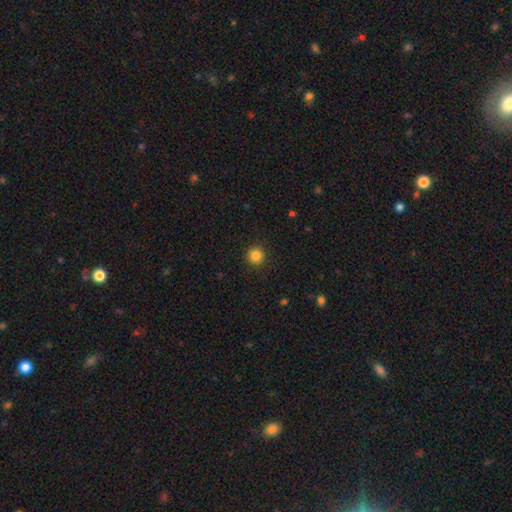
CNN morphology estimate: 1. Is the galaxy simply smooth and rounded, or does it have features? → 85% smooth, 11% star or artifact, 4% featured or disk.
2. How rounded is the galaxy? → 95% round, 4% in between, 1% cigar-shaped.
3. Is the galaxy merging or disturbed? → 92% none, 5% minor disturbance, 2% major disturbance, 1% merger.